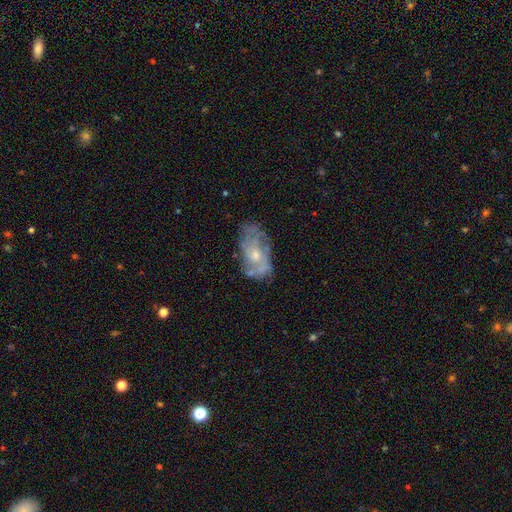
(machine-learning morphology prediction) A featured or disk galaxy (70%) with no bar (77%), spiral arms (65%) and a moderate central bulge (49%).

Vote fractions:
- Smooth or featured? featured or disk: 70% / smooth: 23% / star or artifact: 7%
- Edge-on disk? no: 94% / yes: 6%
- Bar? no: 77% / weak: 20% / strong: 3%
- Spiral arms? yes: 65% / no: 35%
- Bulge size? moderate: 49% / small: 44% / none: 4% / large: 3% / dominant: 1%
- Merging? none: 60% / minor disturbance: 24% / major disturbance: 12% / merger: 4%